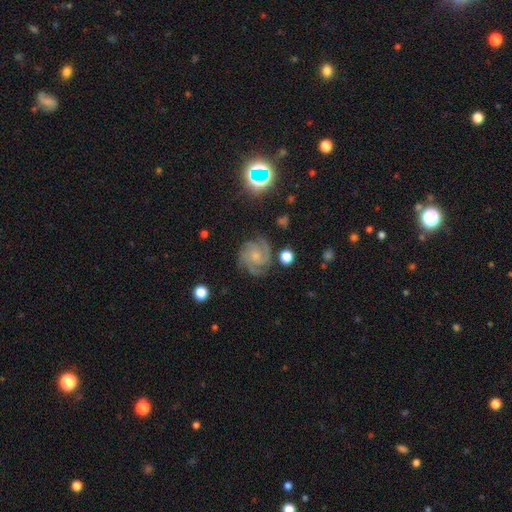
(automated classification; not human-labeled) This appears to be a featured or disk galaxy (81%) with no bar (71%), 3 (43%) tight (57%) spiral arms (97%) and a small central bulge (58%). Merging: none (76%).